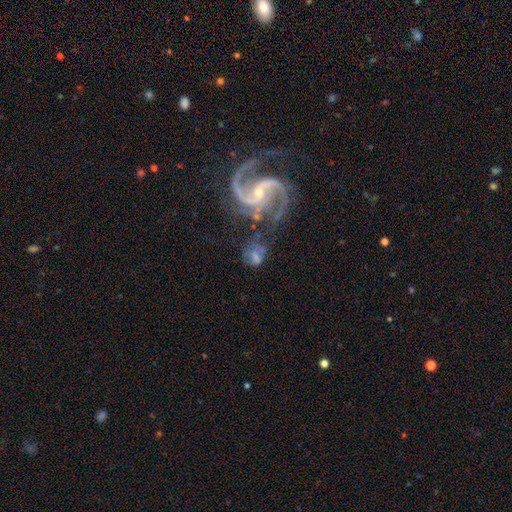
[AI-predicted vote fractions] smooth_or_featured: featured or disk (p=0.63) [alt: smooth p=0.25]
disk_edge_on: no (p=0.97) [alt: yes p=0.03]
bar: weak (p=0.41) [alt: no p=0.38]
has_spiral_arms: yes (p=0.80) [alt: no p=0.20]
bulge_size: small (p=0.52) [alt: moderate p=0.29]
merging: none (p=0.41) [alt: major disturbance p=0.21]